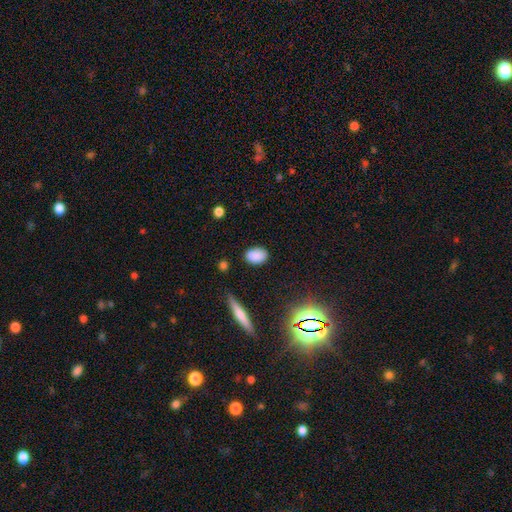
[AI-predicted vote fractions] Smooth or featured? Predicted: smooth (p=0.86). How rounded? Predicted: in between (p=0.86). Merging? Predicted: none (p=0.85).